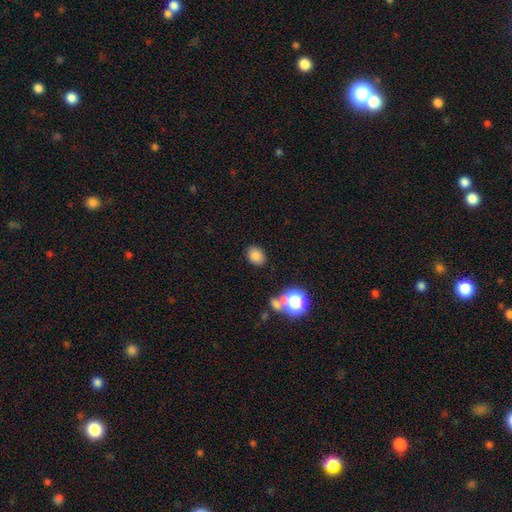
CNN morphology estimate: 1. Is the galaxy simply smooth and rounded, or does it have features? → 80% smooth, 14% star or artifact, 6% featured or disk.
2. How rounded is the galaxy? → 68% in between, 31% round, 1% cigar-shaped.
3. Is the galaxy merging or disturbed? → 82% none, 11% minor disturbance, 4% merger, 3% major disturbance.